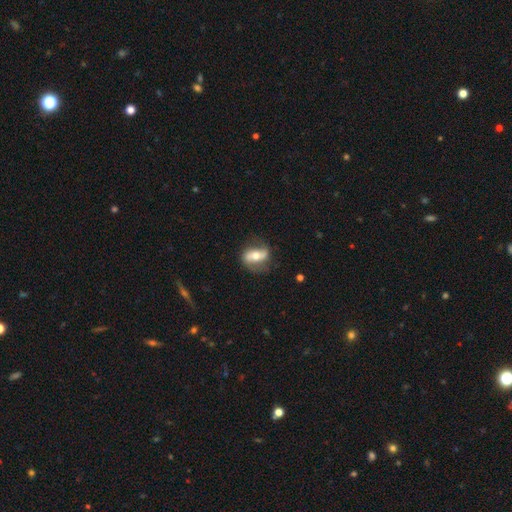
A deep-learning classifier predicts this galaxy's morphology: featured or disk 62%, smooth 31%, star or artifact 6%. Down the decision tree: edge-on disk — no (87%); bar — strong (48%); spiral arms — yes (74%); bulge size — moderate (68%); merging — none (70%).